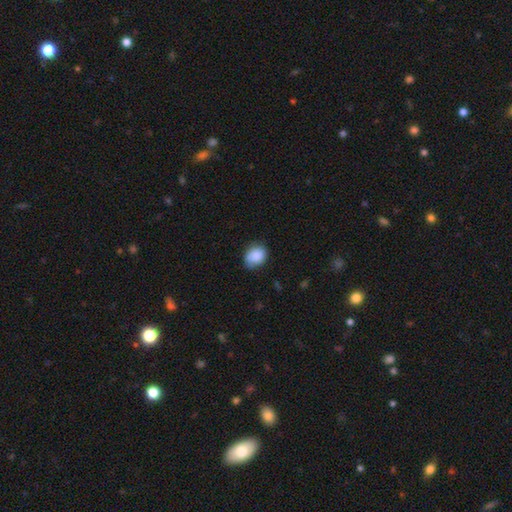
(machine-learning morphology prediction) type=smooth (86%); roundness=round (56%); merging=none (66%).